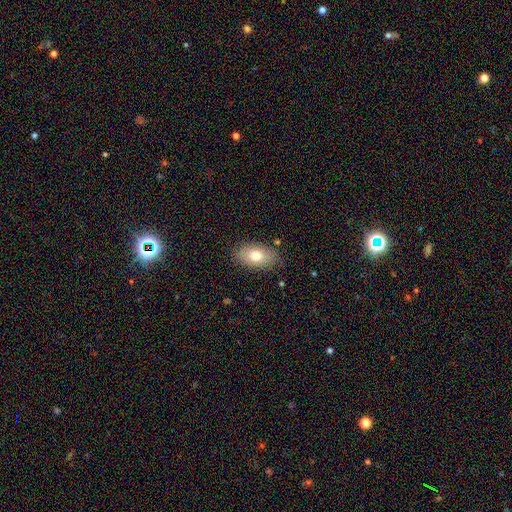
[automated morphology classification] type=smooth (74%); roundness=in between (91%); merging=none (83%).